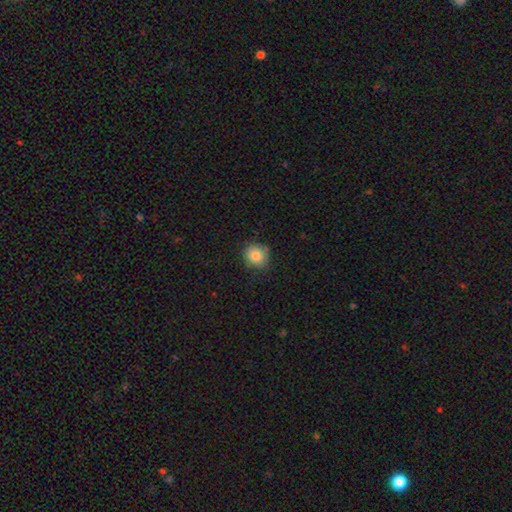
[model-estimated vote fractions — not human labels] Q: Smooth or featured?
A: smooth (84%); runner-up: star or artifact (9%)
Q: How rounded?
A: round (89%); runner-up: in between (10%)
Q: Merging?
A: none (81%); runner-up: minor disturbance (15%)